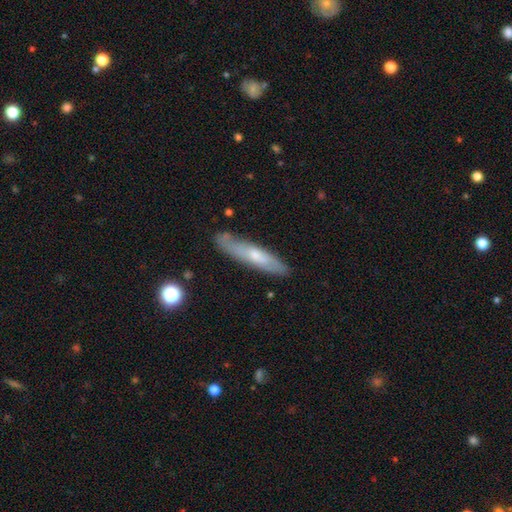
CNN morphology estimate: Overall: smooth (50%; featured or disk 43%). Merging: none (78%).